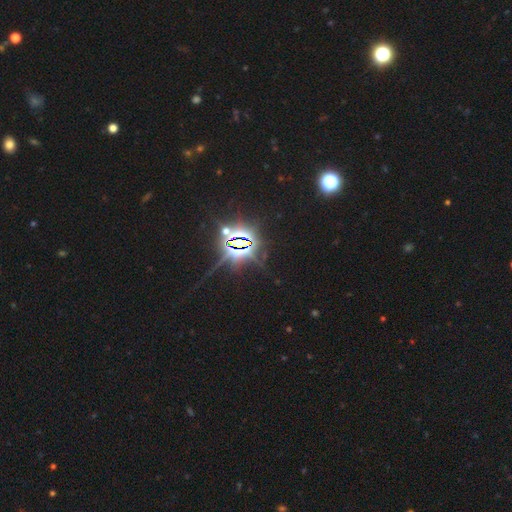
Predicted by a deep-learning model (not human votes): Smooth or featured: star or artifact — 86% (smooth — 8%)